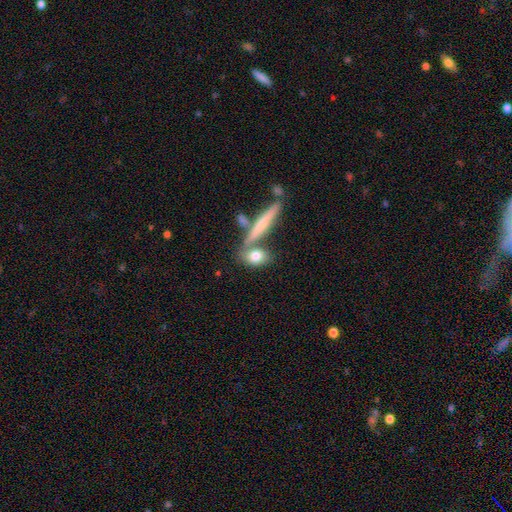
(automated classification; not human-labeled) Smooth or featured?
  - smooth: 75% *
  - featured or disk: 18%
  - star or artifact: 7%
How rounded?
  - in between: 51% *
  - round: 25%
  - cigar-shaped: 23%
Merging?
  - none: 56% *
  - merger: 25%
  - minor disturbance: 13%
  - major disturbance: 5%